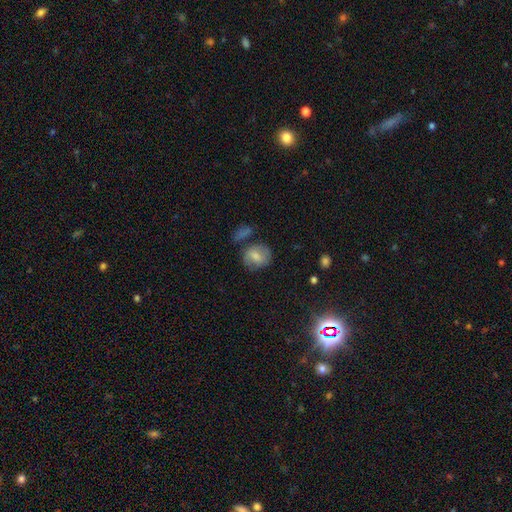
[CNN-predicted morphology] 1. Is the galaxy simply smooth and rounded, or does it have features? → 70% smooth, 22% featured or disk, 8% star or artifact.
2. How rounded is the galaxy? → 61% round, 37% in between, 1% cigar-shaped.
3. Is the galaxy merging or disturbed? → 56% none, 22% minor disturbance, 12% merger, 9% major disturbance.